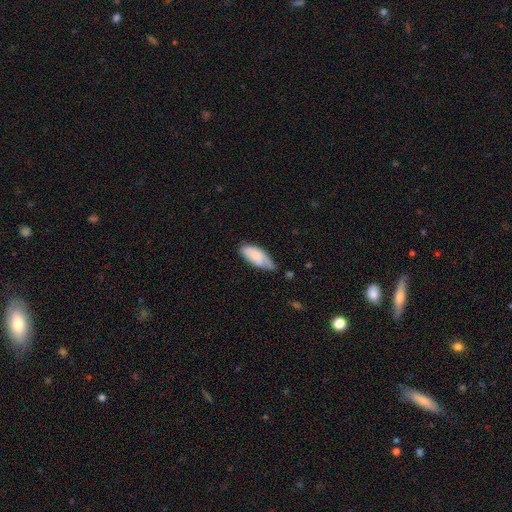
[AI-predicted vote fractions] smooth_or_featured: smooth (p=0.79) [alt: featured or disk p=0.15]
how_rounded: in between (p=0.85) [alt: cigar-shaped p=0.14]
merging: none (p=0.47) [alt: minor disturbance p=0.42]